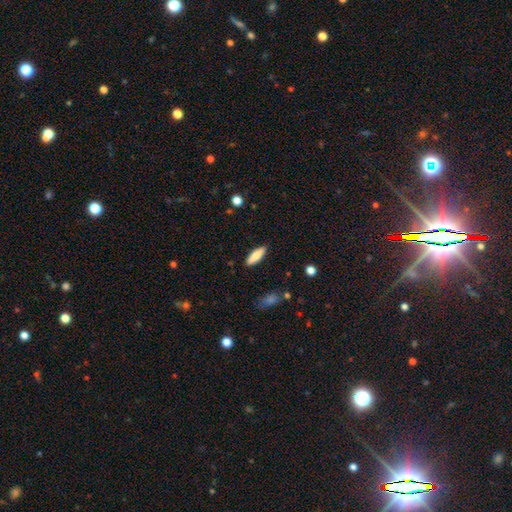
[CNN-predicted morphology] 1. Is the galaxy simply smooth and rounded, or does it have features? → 81% smooth, 13% featured or disk, 6% star or artifact.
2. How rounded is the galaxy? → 54% cigar-shaped, 44% in between, 2% round.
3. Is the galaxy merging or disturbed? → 88% none, 9% minor disturbance, 2% major disturbance, 1% merger.